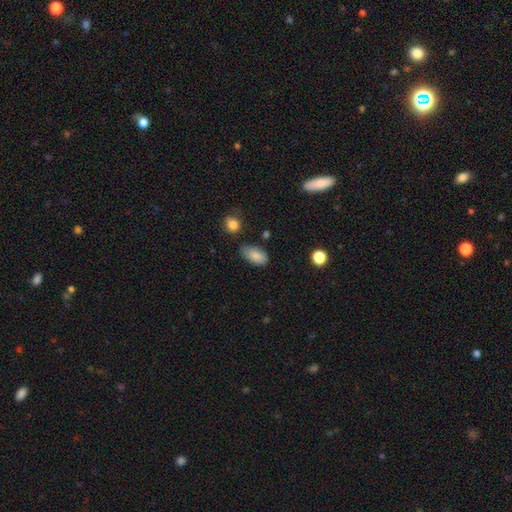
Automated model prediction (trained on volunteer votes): Smooth or featured: smooth — 85% (star or artifact — 8%)
How rounded: in between — 92% (round — 6%)
Merging: none — 62% (minor disturbance — 29%)